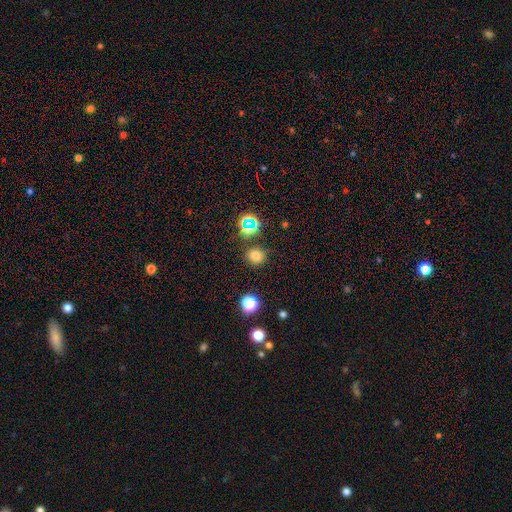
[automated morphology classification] Smooth or featured: smooth — 72% (star or artifact — 22%)
How rounded: round — 88% (in between — 11%)
Merging: none — 86% (minor disturbance — 7%)